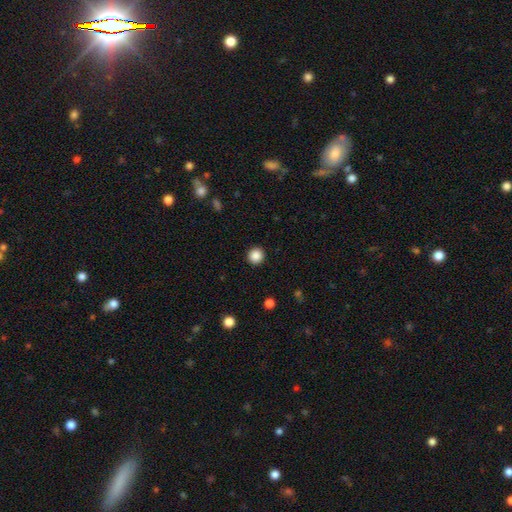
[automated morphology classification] smooth-or-featured: smooth: 87% | star or artifact: 10% | featured or disk: 3%
  how-rounded: round: 94% | in between: 5% | cigar-shaped: 1%
  merging: none: 93% | minor disturbance: 5% | major disturbance: 2% | merger: 1%